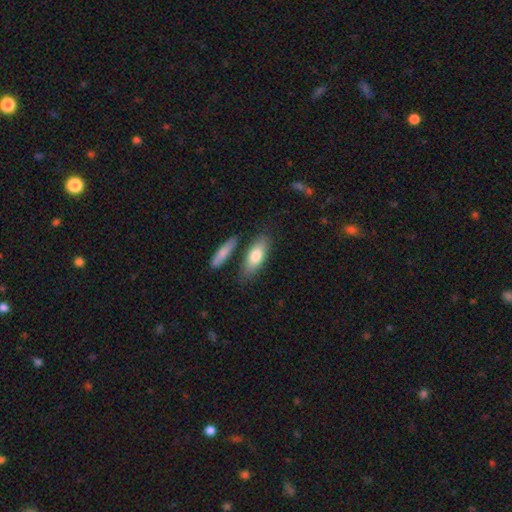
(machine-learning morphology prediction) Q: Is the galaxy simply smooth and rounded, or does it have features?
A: smooth — 77%.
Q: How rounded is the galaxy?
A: in between — 70%.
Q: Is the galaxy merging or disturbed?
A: none — 73%.